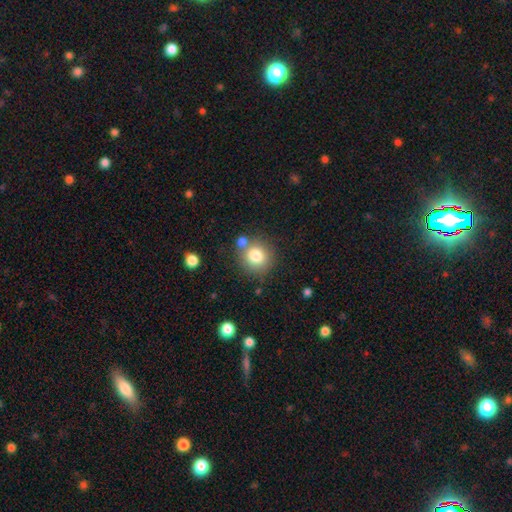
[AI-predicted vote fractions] The model was most divided on "merging": none: 72%, merger: 14%, minor disturbance: 10%, major disturbance: 4%. More confident: how rounded — round (90%); smooth or featured — smooth (79%).